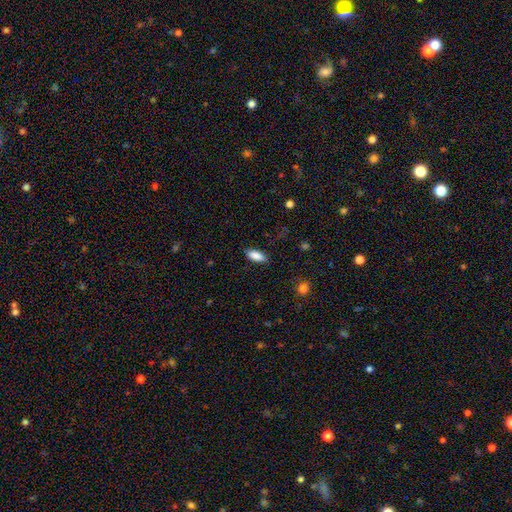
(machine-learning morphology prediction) Overall: smooth (87%). How rounded: in between (79%). Merging: none (87%).